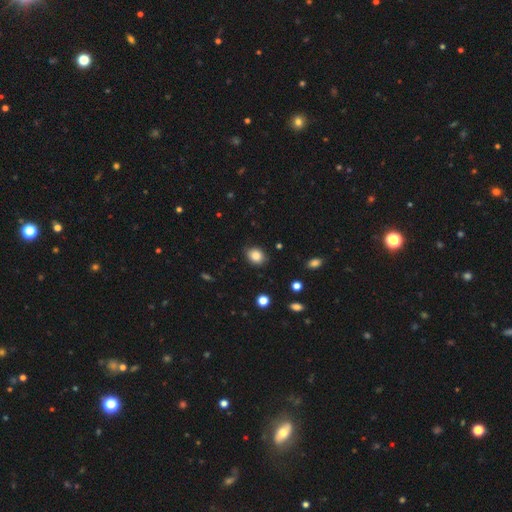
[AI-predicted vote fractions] This appears to be a smooth galaxy with no disk features (84%) that is round (52%). Merging: none (84%).